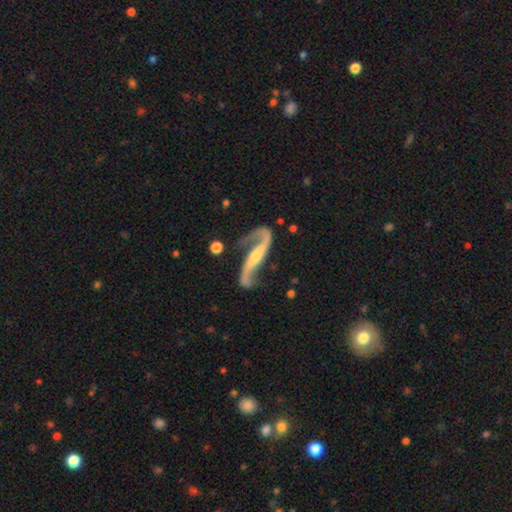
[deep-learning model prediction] Smooth or featured? featured or disk (91%)
Edge-on disk? no (89%)
Bar? strong (46%)
Spiral arms? yes (97%)
Spiral winding? loose (76%)
Spiral arm count? 2 (92%)
Bulge size? small (53%)
Merging? none (67%)